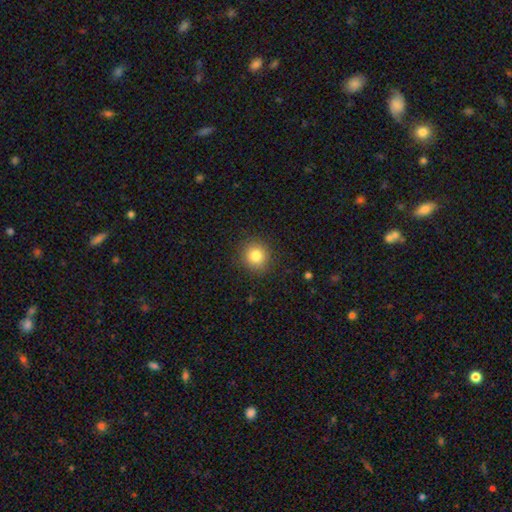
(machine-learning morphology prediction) This is clearly a smooth galaxy (82%). How rounded: clearly round (91%). Merging: clearly none (90%).